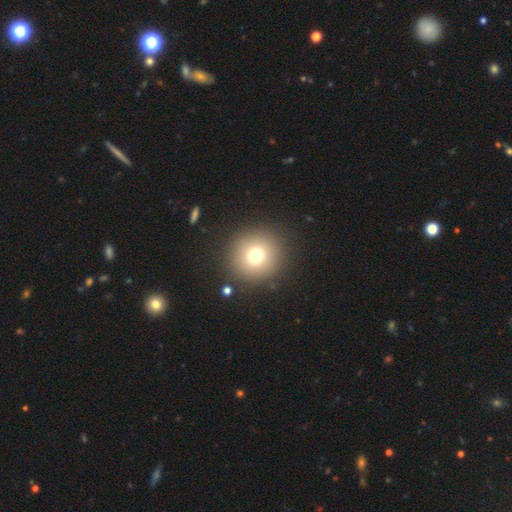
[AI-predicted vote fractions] Smooth or featured? Predicted: smooth (p=0.75). How rounded? Predicted: round (p=0.94). Merging? Predicted: none (p=0.89).